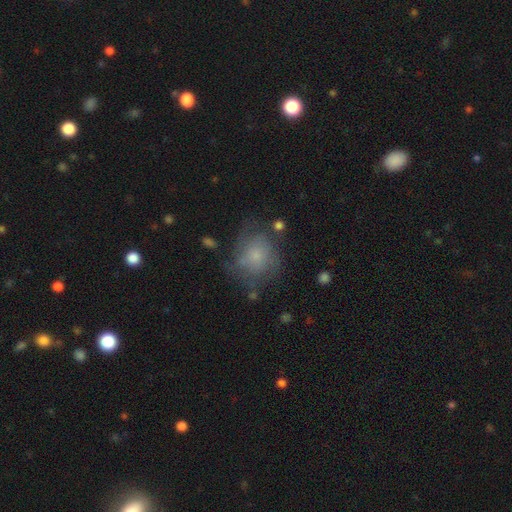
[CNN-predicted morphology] smooth-or-featured: smooth: 56% | featured or disk: 33% | star or artifact: 11%
  how-rounded: round: 69% | in between: 30% | cigar-shaped: 1%
  merging: none: 55% | minor disturbance: 25% | major disturbance: 16% | merger: 4%